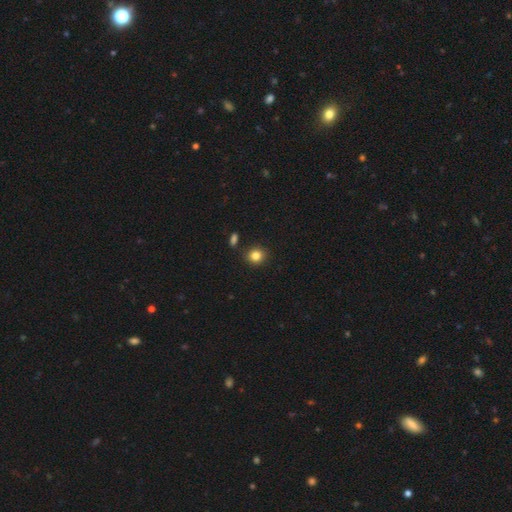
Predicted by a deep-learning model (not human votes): Smooth or featured? Predicted: smooth (p=0.84). How rounded? Predicted: round (p=0.81). Merging? Predicted: none (p=0.85).